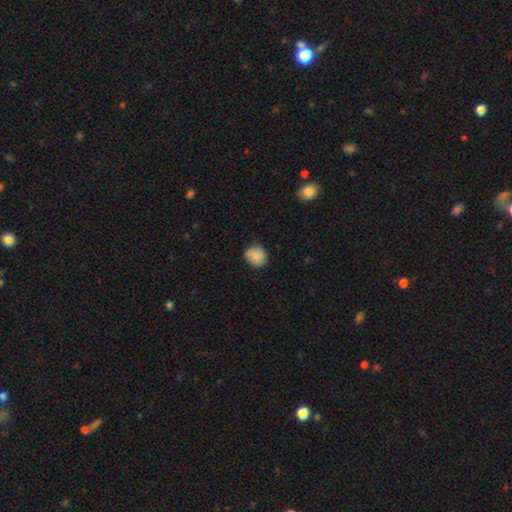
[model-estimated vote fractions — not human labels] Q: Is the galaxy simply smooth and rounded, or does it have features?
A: smooth — 82%.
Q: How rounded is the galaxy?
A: round — 79%.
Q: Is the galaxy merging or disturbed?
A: none — 77%.